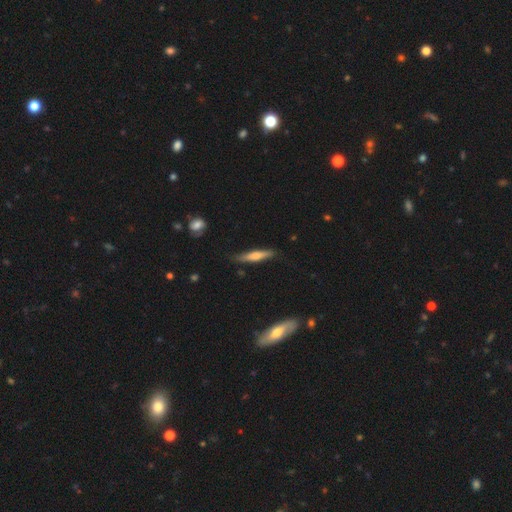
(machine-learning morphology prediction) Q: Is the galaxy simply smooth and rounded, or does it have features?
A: smooth — 59%.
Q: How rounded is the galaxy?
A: cigar-shaped — 88%.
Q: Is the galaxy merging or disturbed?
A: none — 81%.